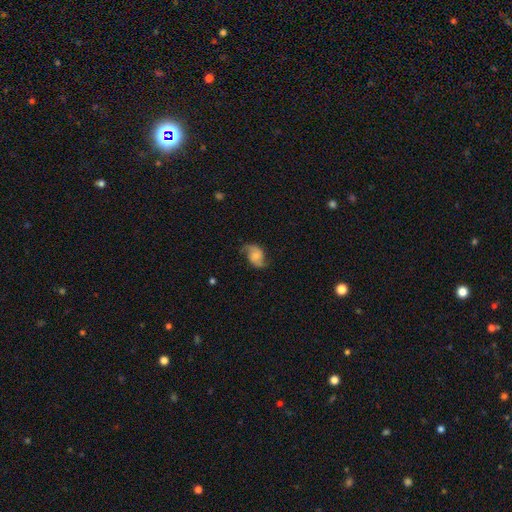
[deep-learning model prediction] Morphology: type=featured or disk (71%); edge-on=no (97%); bar=no (66%); spiral arms=yes (94%); winding=loose (56%); arm count=2 (90%); bulge=small (46%); merging=none (68%).